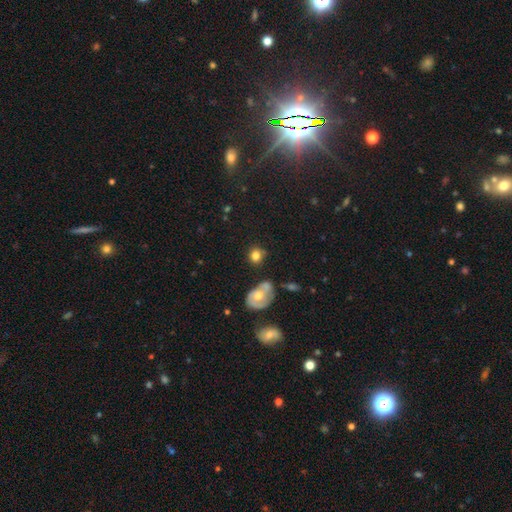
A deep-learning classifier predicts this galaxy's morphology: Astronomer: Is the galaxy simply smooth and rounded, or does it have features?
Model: smooth — 78%.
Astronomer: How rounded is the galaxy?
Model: round — 76%.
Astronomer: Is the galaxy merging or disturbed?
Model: none — 65%.